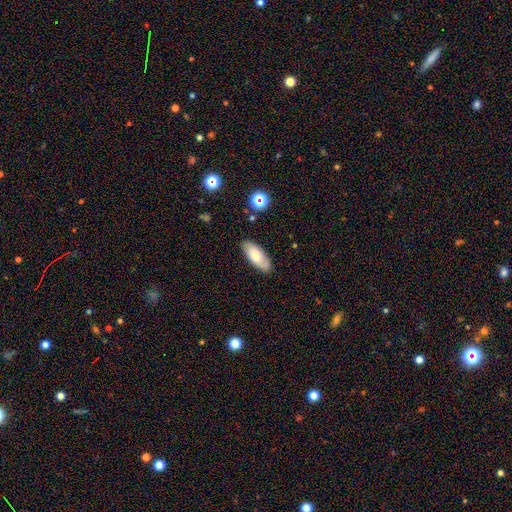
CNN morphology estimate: Q: Smooth or featured?
A: smooth (69%); runner-up: featured or disk (24%)
Q: How rounded?
A: in between (82%); runner-up: cigar-shaped (16%)
Q: Merging?
A: none (84%); runner-up: minor disturbance (12%)